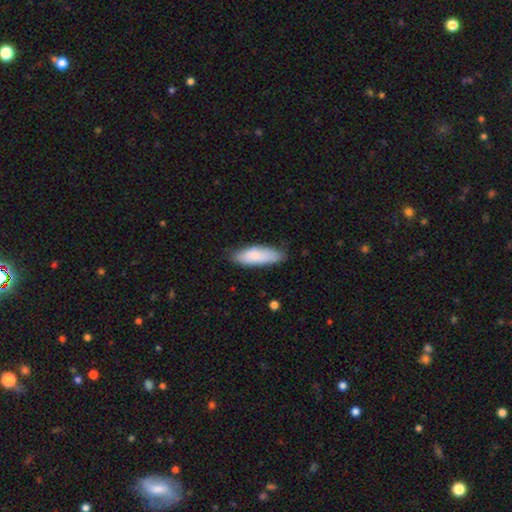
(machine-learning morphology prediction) type=smooth (83%); roundness=in between (62%); merging=none (76%).